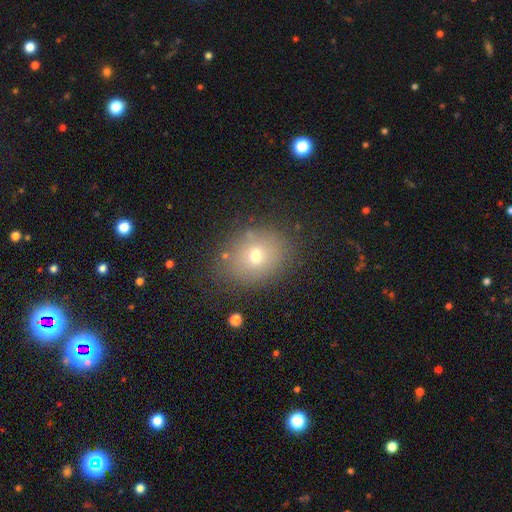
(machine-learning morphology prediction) smooth 67%, star or artifact 17%, featured or disk 16%. Down the decision tree: how rounded — round (53%); merging — none (79%).